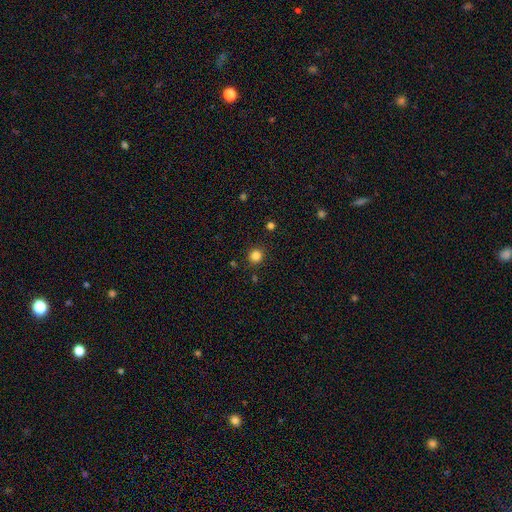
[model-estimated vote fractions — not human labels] smooth 83%, star or artifact 13%, featured or disk 4%. Down the decision tree: how rounded — round (91%); merging — none (89%).